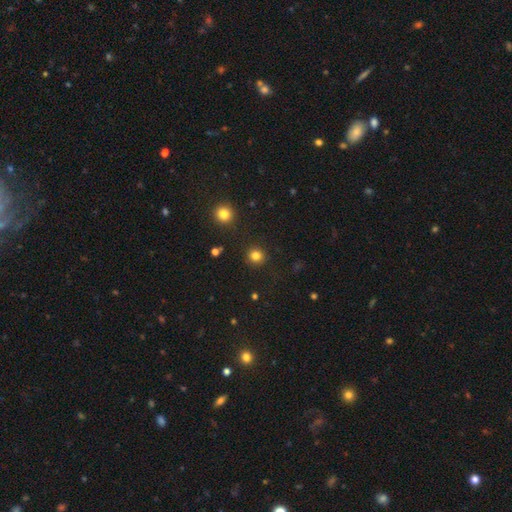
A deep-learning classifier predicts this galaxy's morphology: smooth-or-featured: smooth: 81% | star or artifact: 14% | featured or disk: 5%
  how-rounded: round: 93% | in between: 6% | cigar-shaped: 1%
  merging: none: 91% | minor disturbance: 6% | major disturbance: 2% | merger: 2%